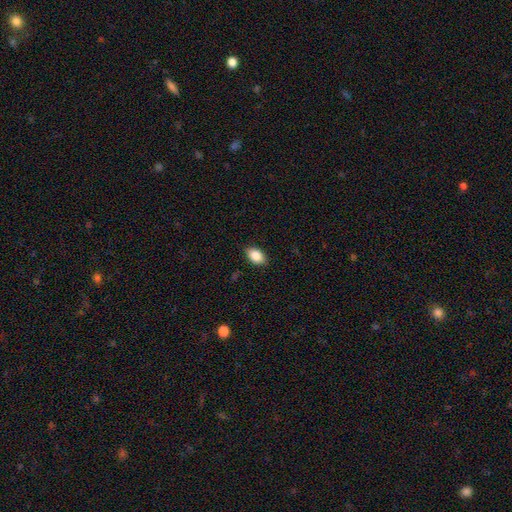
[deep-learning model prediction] The model was most divided on "merging": none: 87%, minor disturbance: 10%, major disturbance: 2%, merger: 1%. More confident: how rounded — in between (89%); smooth or featured — smooth (87%).